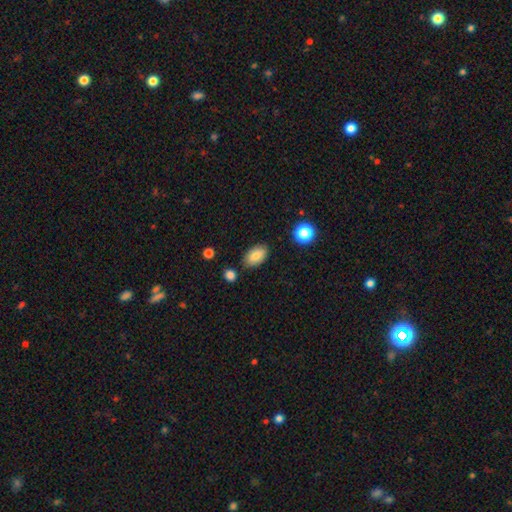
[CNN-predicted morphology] Smooth or featured: smooth — 83% (featured or disk — 9%)
How rounded: in between — 93% (round — 6%)
Merging: none — 82% (minor disturbance — 11%)